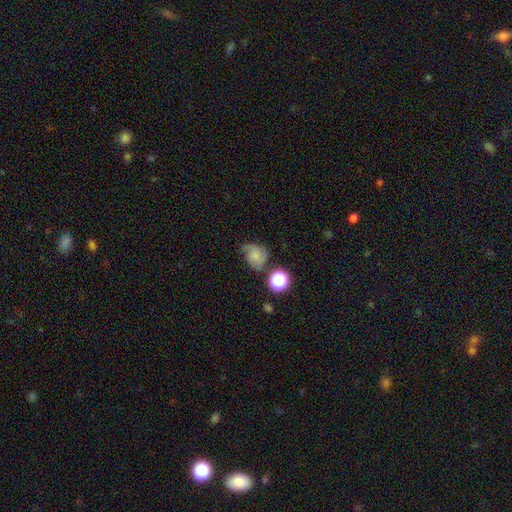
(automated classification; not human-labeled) This is possibly a smooth galaxy (53%). How rounded: likely round (65%). Merging: marginally none (45%).